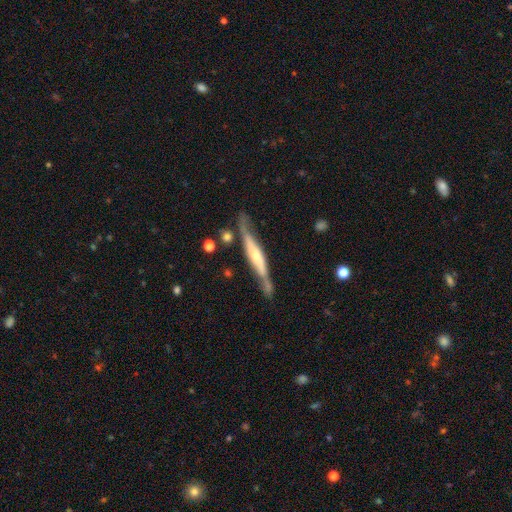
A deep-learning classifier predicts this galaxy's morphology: Smooth or featured: featured or disk — 72% (smooth — 22%)
Edge-on disk: yes — 86% (no — 14%)
Edge-on bulge: rounded — 55% (none — 23%)
Merging: none — 66% (minor disturbance — 21%)